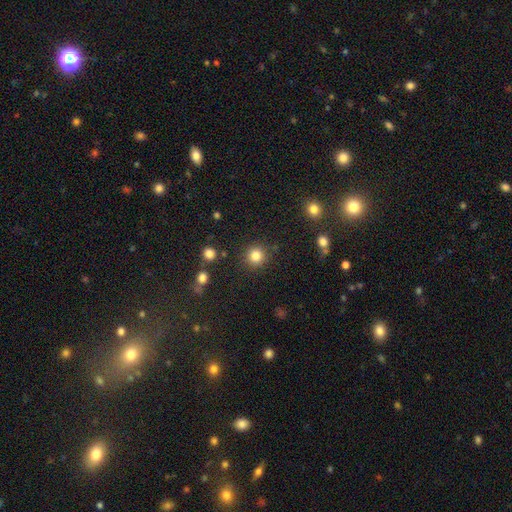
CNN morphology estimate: Smooth or featured?
  - smooth: 84% *
  - star or artifact: 11%
  - featured or disk: 5%
How rounded?
  - round: 93% *
  - in between: 6%
  - cigar-shaped: 1%
Merging?
  - none: 87% *
  - minor disturbance: 7%
  - major disturbance: 3%
  - merger: 3%